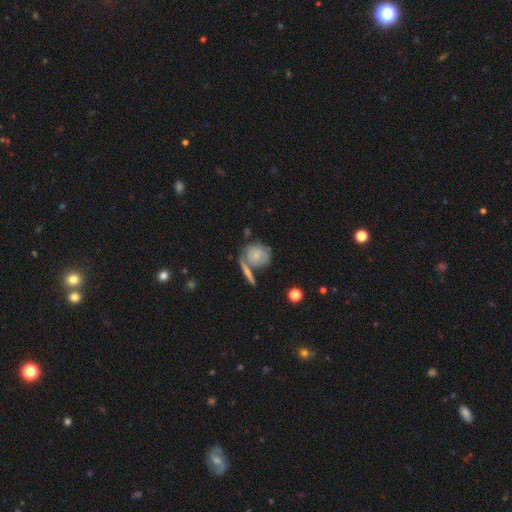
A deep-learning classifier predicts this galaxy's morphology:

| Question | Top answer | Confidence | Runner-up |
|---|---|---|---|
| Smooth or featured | smooth | 61% | featured or disk (31%) |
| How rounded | round | 72% | in between (25%) |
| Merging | none | 48% | merger (27%) |